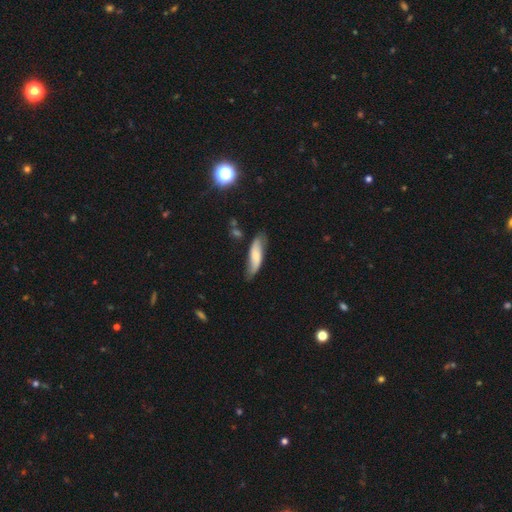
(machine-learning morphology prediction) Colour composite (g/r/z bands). It shows a smooth galaxy with no disk features (60%) that is cigar-shaped (52%). Merging: none (59%).